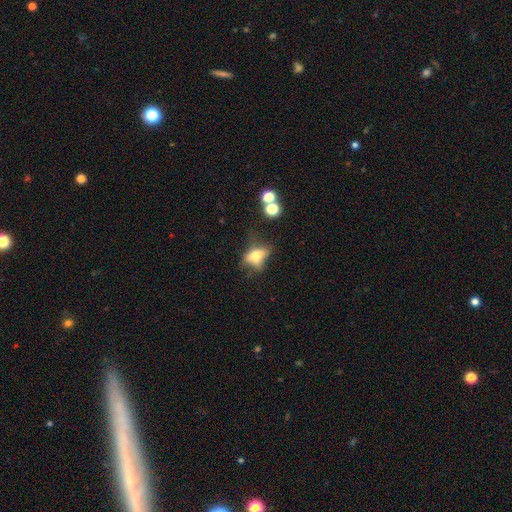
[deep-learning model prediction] Morphology: type=smooth (55%); roundness=in between (73%); merging=none (36%).